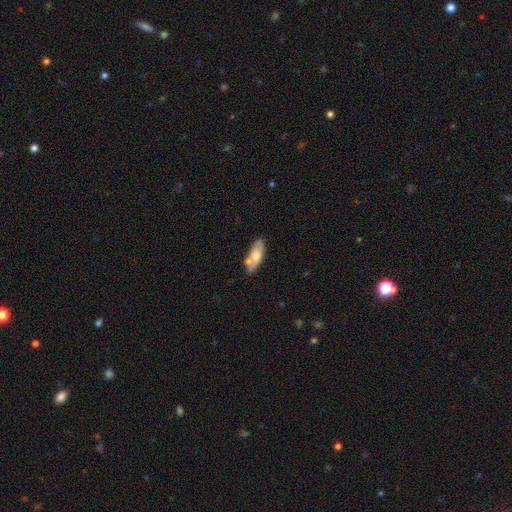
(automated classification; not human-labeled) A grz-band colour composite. It shows a smooth galaxy with no disk features (66%) that is in between round and cigar-shaped (71%). Merging: none (68%).